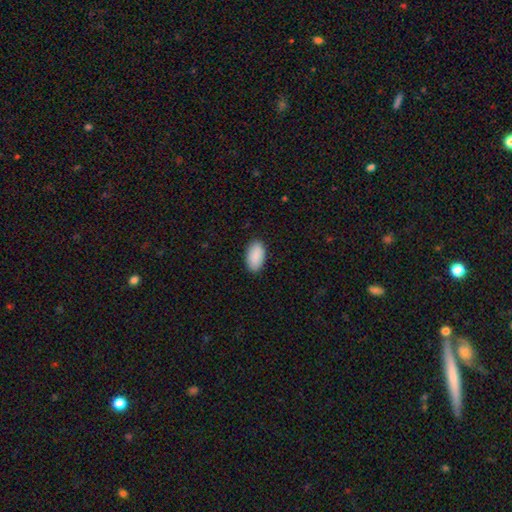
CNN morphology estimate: Q: Smooth or featured?
A: smooth (91%); runner-up: star or artifact (6%)
Q: How rounded?
A: in between (95%); runner-up: round (3%)
Q: Merging?
A: none (89%); runner-up: minor disturbance (8%)